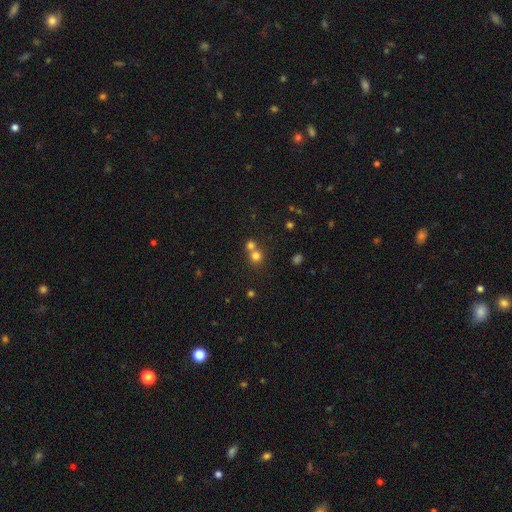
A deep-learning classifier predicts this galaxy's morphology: A smooth galaxy with no disk features (74%) that is round (88%).

Vote fractions:
- Smooth or featured? smooth: 74% / star or artifact: 17% / featured or disk: 9%
- How rounded? round: 88% / in between: 11% / cigar-shaped: 1%
- Merging? none: 47% / merger: 46% / minor disturbance: 5% / major disturbance: 2%